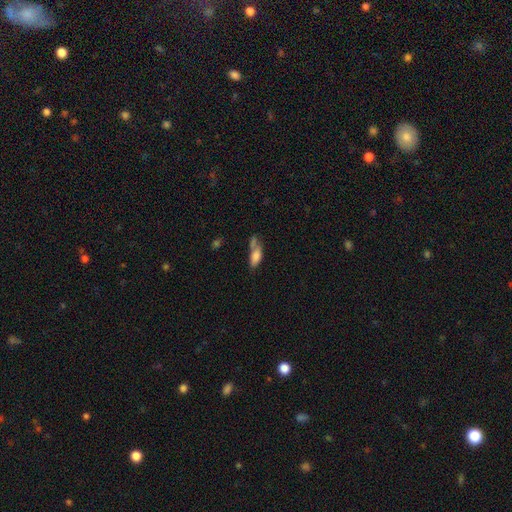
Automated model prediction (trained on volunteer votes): Morphology: type=smooth (77%); roundness=in between (79%); merging=none (34%).